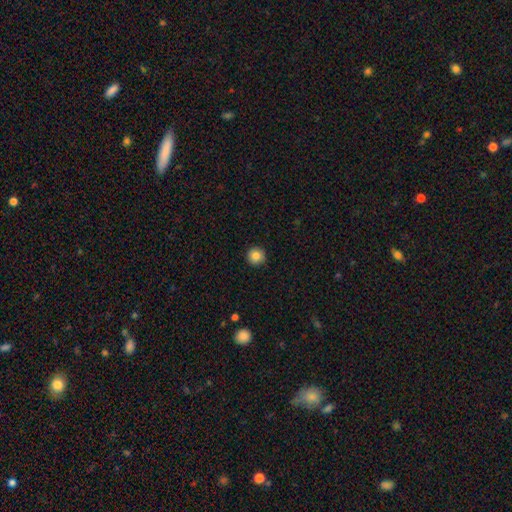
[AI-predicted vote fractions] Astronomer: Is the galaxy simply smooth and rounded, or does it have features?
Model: smooth — 84%.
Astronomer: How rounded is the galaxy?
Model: round — 95%.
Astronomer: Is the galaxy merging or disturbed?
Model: none — 92%.